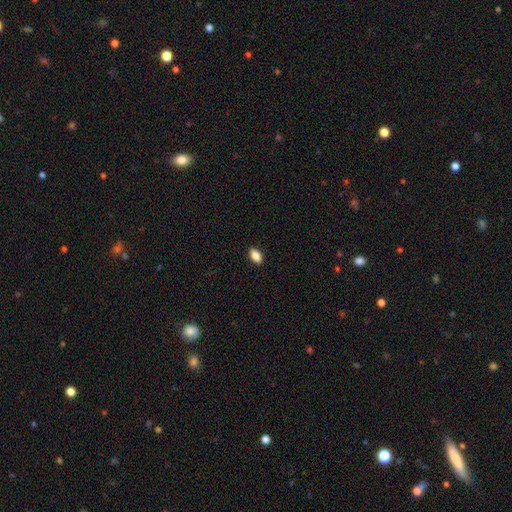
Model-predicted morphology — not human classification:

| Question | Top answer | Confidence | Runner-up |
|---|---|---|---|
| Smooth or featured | smooth | 86% | star or artifact (8%) |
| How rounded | in between | 90% | round (7%) |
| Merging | none | 89% | minor disturbance (9%) |